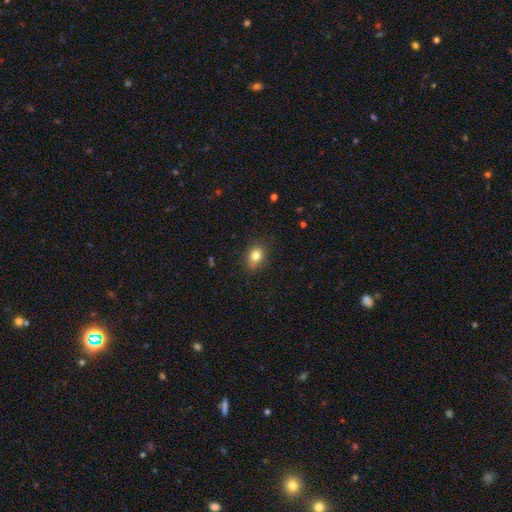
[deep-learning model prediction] This appears to be a smooth galaxy with no disk features (81%) that is in between round and cigar-shaped (63%). Merging: none (79%).